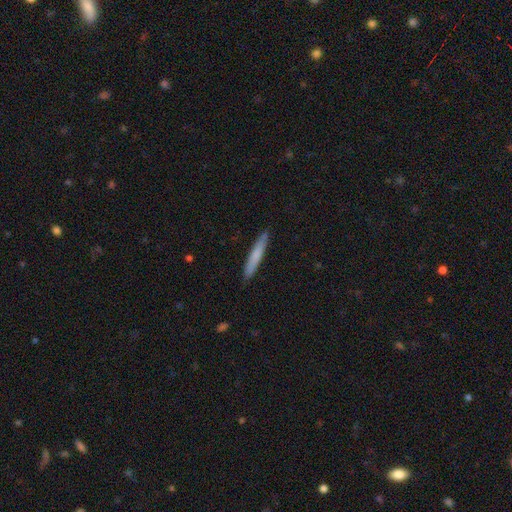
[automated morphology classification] The model was most divided on "smooth or featured": smooth: 70%, featured or disk: 24%, star or artifact: 5%. More confident: how rounded — cigar-shaped (95%); merging — none (90%).